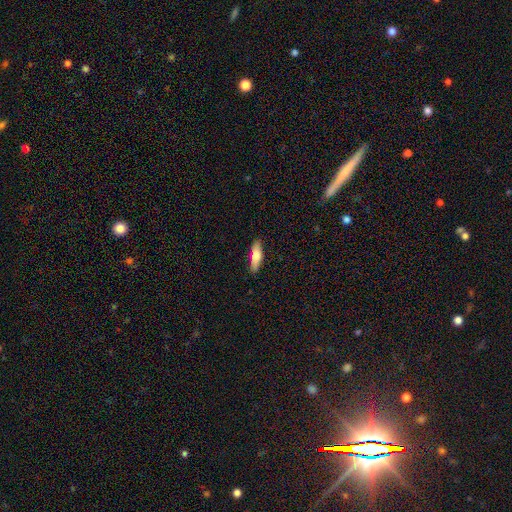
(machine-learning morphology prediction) type=smooth (66%); roundness=cigar-shaped (58%); merging=none (88%).